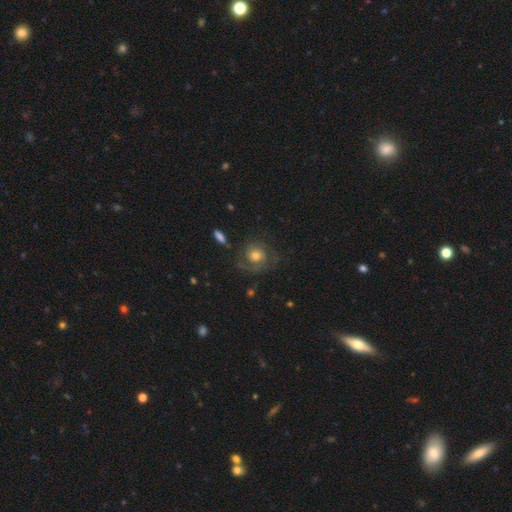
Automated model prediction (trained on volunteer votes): Smooth or featured? featured or disk (68%)
Edge-on disk? no (97%)
Bar? no (76%)
Spiral arms? yes (91%)
Spiral winding? tight (44%)
Spiral arm count? 2 (51%)
Bulge size? moderate (62%)
Merging? none (64%)